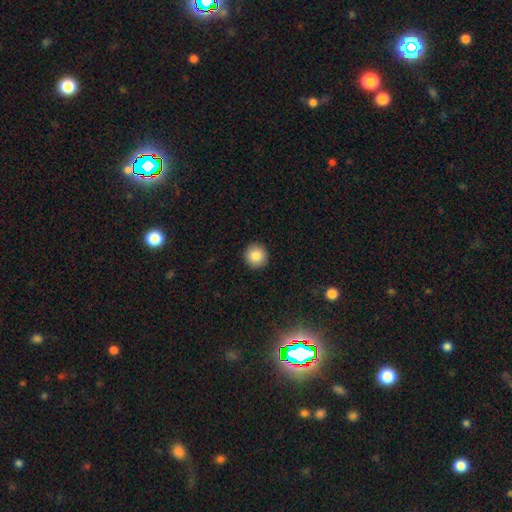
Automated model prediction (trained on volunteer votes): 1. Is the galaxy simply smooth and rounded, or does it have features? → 85% smooth, 9% star or artifact, 6% featured or disk.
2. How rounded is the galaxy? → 95% round, 4% in between, 1% cigar-shaped.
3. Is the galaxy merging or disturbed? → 93% none, 5% minor disturbance, 2% major disturbance, 1% merger.